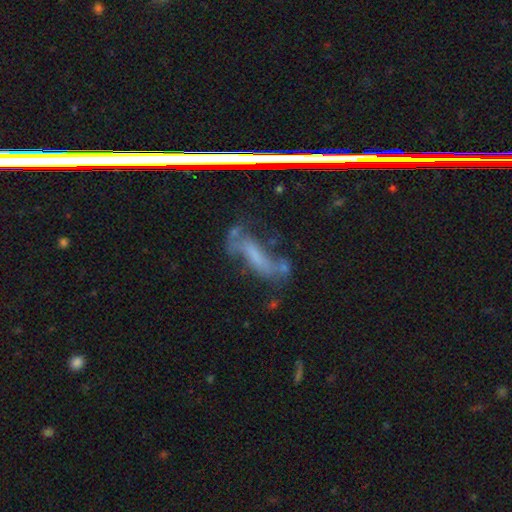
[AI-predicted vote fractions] Q: Smooth or featured?
A: featured or disk (50%); runner-up: smooth (28%)
Q: Merging?
A: none (42%); runner-up: major disturbance (26%)